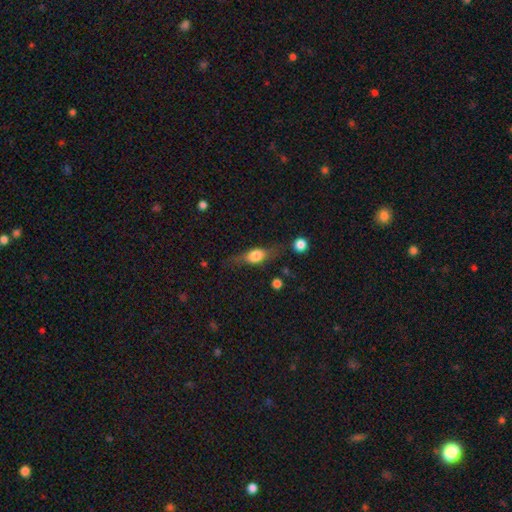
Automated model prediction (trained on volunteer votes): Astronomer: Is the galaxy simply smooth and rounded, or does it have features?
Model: smooth — 54% (runner-up: featured or disk, 39%).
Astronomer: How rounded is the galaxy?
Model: in between — 58%.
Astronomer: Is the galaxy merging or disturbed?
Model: none — 64%.